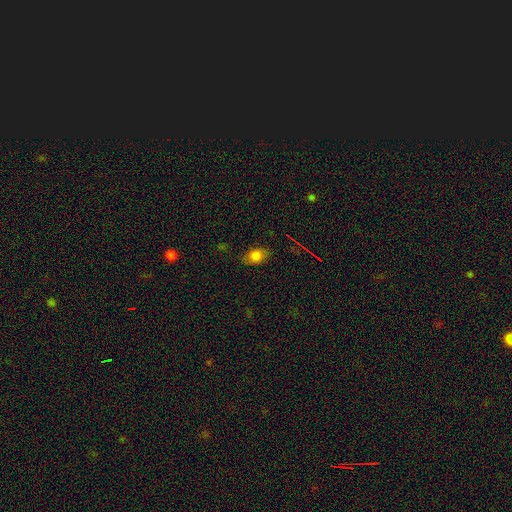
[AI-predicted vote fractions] A smooth galaxy with no disk features (78%) that is in between round and cigar-shaped (84%). Merging: none (78%).